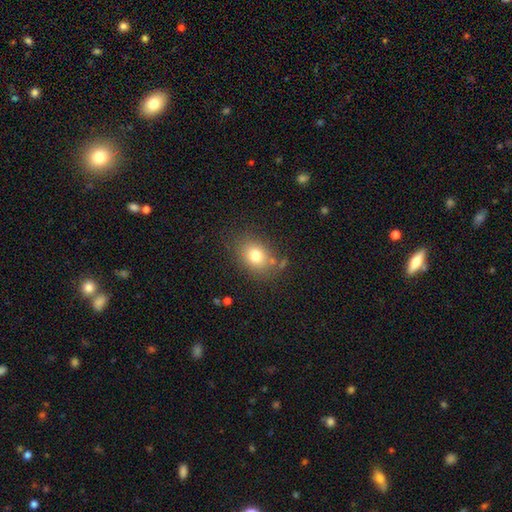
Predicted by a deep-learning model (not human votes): This is likely a smooth galaxy (77%). How rounded: possibly in between (56%). Merging: likely none (77%).